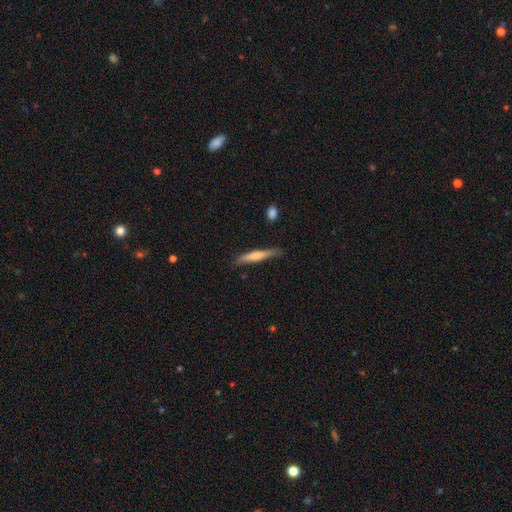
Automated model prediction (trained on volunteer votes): This is likely a smooth galaxy (61%). How rounded: clearly cigar-shaped (93%). Merging: likely none (79%).